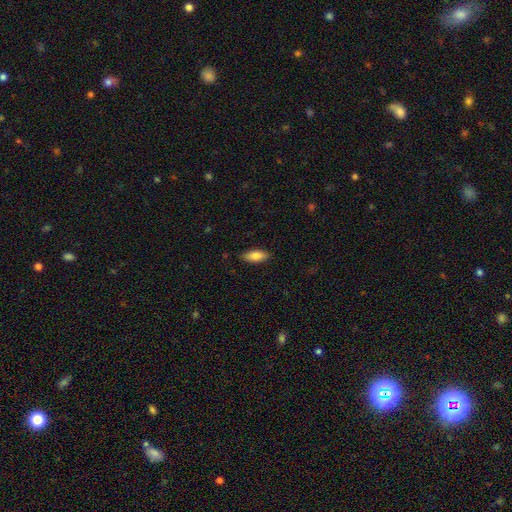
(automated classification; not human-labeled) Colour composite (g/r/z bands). It shows a smooth galaxy with no disk features (84%) that is in between round and cigar-shaped (79%). Merging: none (87%).